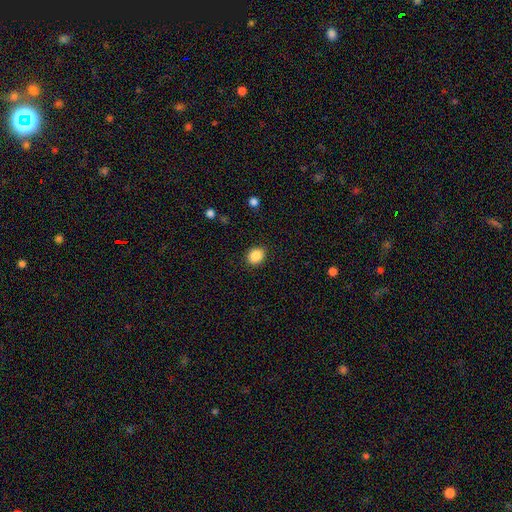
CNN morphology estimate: Smooth or featured? Predicted: smooth (p=0.88). How rounded? Predicted: round (p=0.61). Merging? Predicted: none (p=0.89).